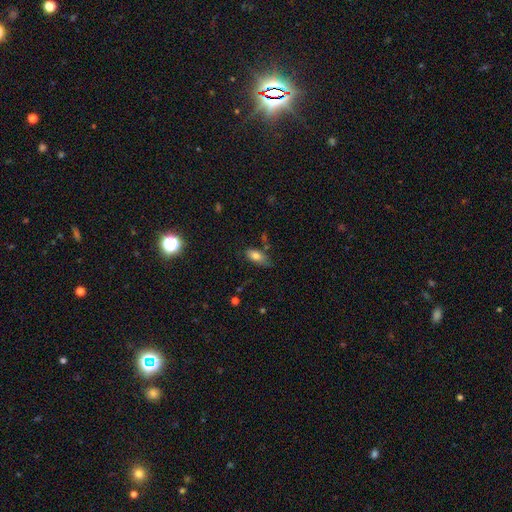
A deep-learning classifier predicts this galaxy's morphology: smooth-or-featured: smooth: 78% | featured or disk: 13% | star or artifact: 9%
  how-rounded: in between: 88% | cigar-shaped: 8% | round: 4%
  merging: none: 66% | minor disturbance: 23% | major disturbance: 5% | merger: 5%